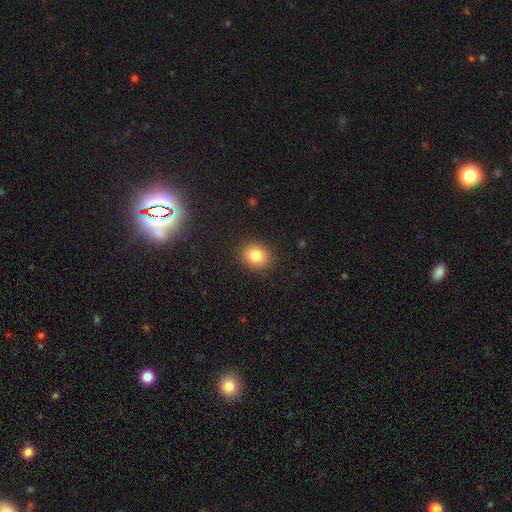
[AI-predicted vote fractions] Morphology: type=smooth (82%); roundness=round (62%); merging=none (88%).